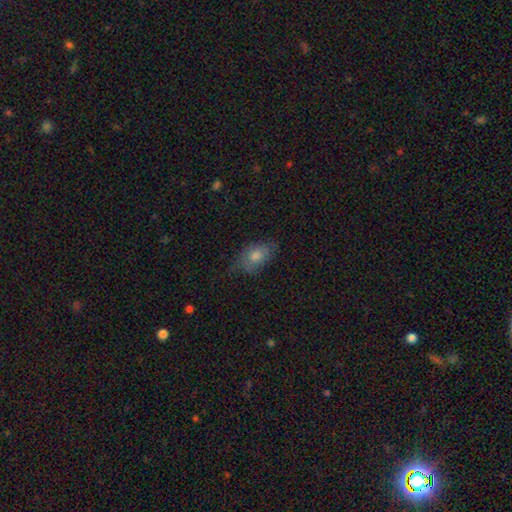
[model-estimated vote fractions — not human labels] This is likely a smooth galaxy (68%). How rounded: clearly in between (85%). Merging: likely none (66%).